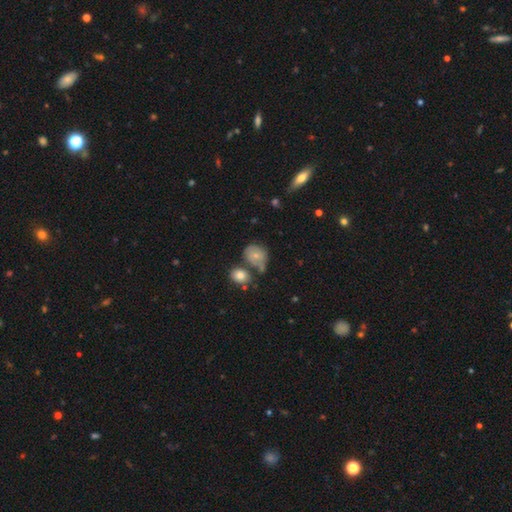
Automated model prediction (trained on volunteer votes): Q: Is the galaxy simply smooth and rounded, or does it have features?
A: smooth — 64%.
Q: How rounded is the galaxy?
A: round — 64%.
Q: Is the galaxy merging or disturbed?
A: none — 44%.